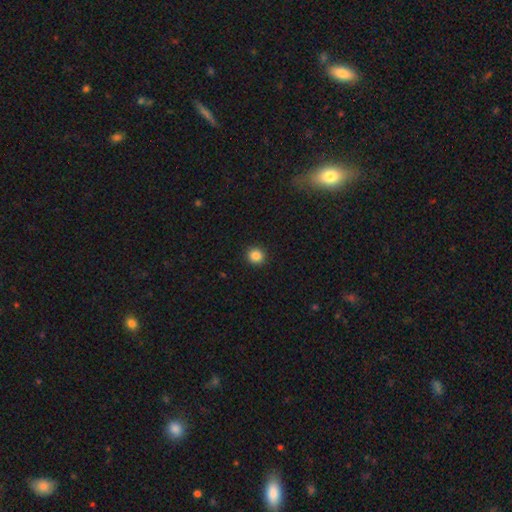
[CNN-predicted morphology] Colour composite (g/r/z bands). It shows a smooth galaxy with no disk features (86%) that is round (90%). Merging: none (93%).